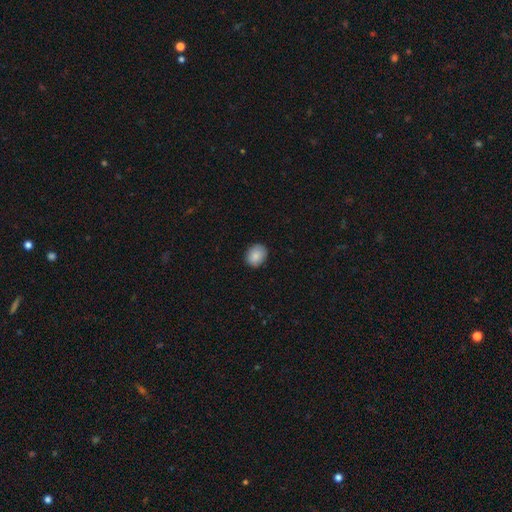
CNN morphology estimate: Smooth or featured? Predicted: smooth (p=0.86). How rounded? Predicted: round (p=0.58). Merging? Predicted: none (p=0.87).